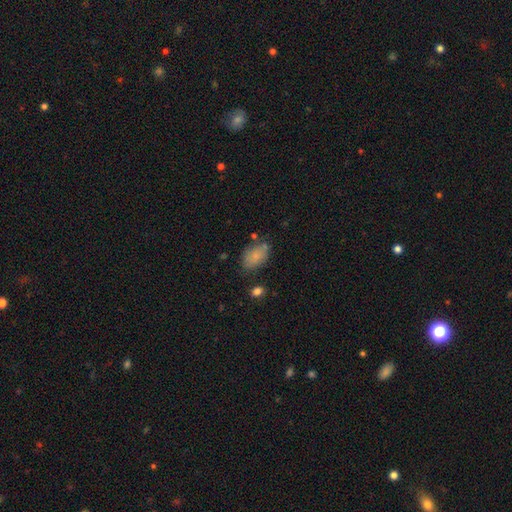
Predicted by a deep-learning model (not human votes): Smooth or featured: smooth — 79% (featured or disk — 12%)
How rounded: in between — 88% (round — 11%)
Merging: none — 67% (minor disturbance — 20%)